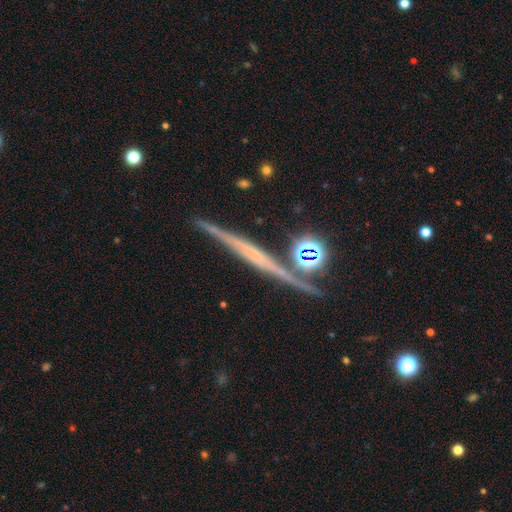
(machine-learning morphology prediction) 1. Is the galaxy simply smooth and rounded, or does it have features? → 69% featured or disk, 21% smooth, 10% star or artifact.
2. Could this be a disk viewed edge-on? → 96% yes, 4% no.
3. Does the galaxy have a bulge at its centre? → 68% none, 20% rounded, 12% boxy.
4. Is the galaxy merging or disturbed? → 82% none, 10% minor disturbance, 6% merger, 3% major disturbance.